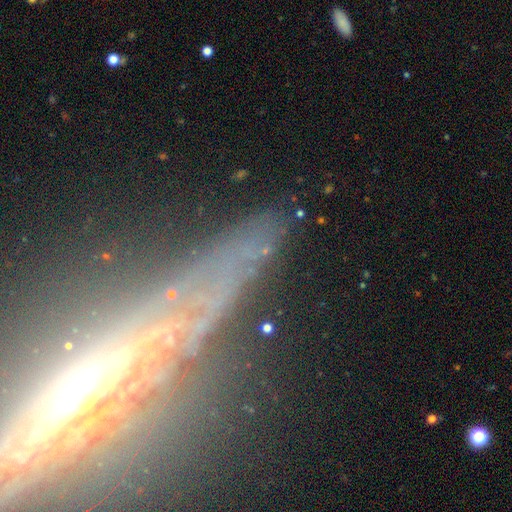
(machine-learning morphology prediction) featured or disk 46%, star or artifact 34%, smooth 20%. Down the decision tree: merging — none (72%).